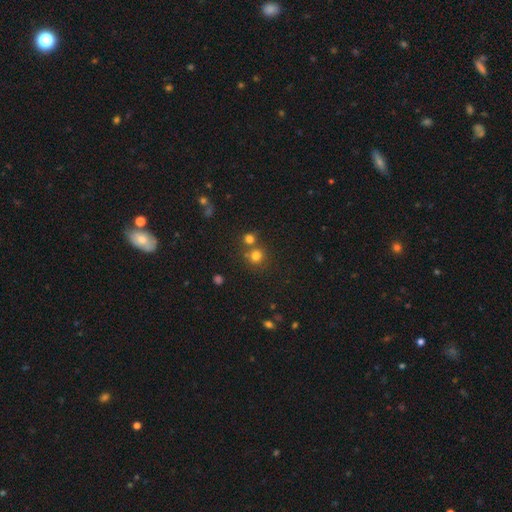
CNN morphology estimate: type=smooth (75%); roundness=round (91%); merging=none (64%).